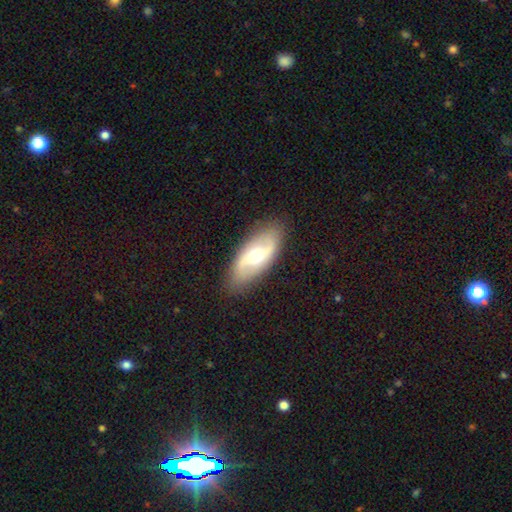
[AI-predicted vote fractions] Q: Smooth or featured?
A: featured or disk (67%); runner-up: smooth (27%)
Q: Edge-on disk?
A: no (90%); runner-up: yes (10%)
Q: Bar?
A: weak (46%); runner-up: no (30%)
Q: Spiral arms?
A: yes (82%); runner-up: no (18%)
Q: Bulge size?
A: moderate (68%); runner-up: small (17%)
Q: Merging?
A: none (85%); runner-up: minor disturbance (11%)